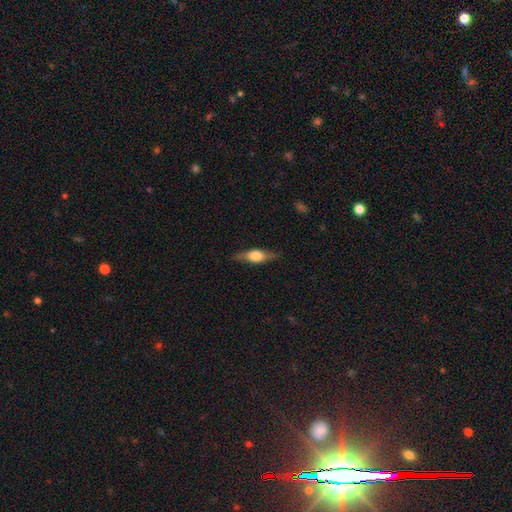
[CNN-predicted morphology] Smooth or featured: featured or disk — 49% (smooth — 44%)
Merging: none — 80% (minor disturbance — 15%)